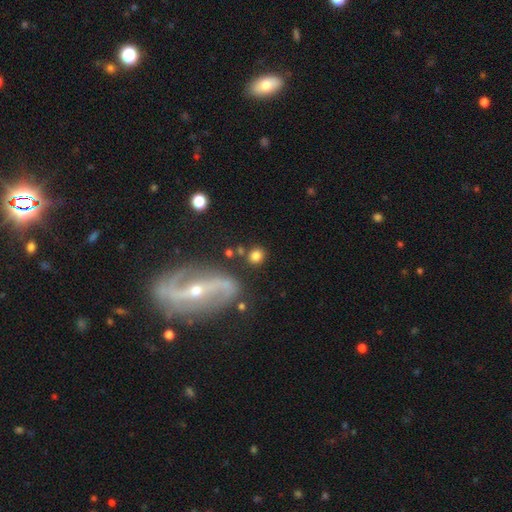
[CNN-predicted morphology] smooth 78%, featured or disk 11%, star or artifact 11%. Down the decision tree: how rounded — round (83%); merging — none (77%).